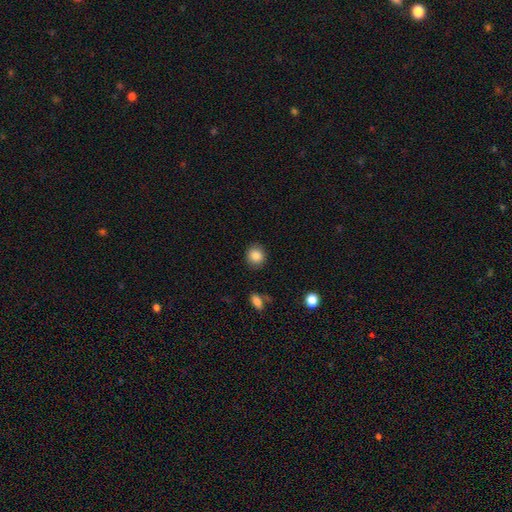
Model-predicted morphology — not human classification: Smooth or featured? Predicted: smooth (p=0.87). How rounded? Predicted: round (p=0.87). Merging? Predicted: none (p=0.88).